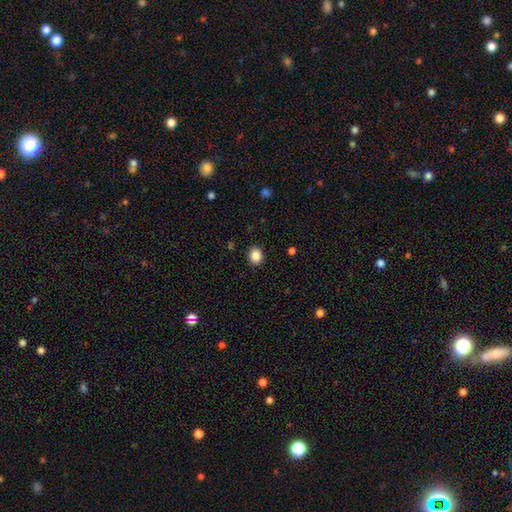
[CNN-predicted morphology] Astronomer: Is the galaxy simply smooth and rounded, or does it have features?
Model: smooth — 87%.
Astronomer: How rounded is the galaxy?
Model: round — 64%.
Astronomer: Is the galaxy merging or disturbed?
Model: none — 90%.